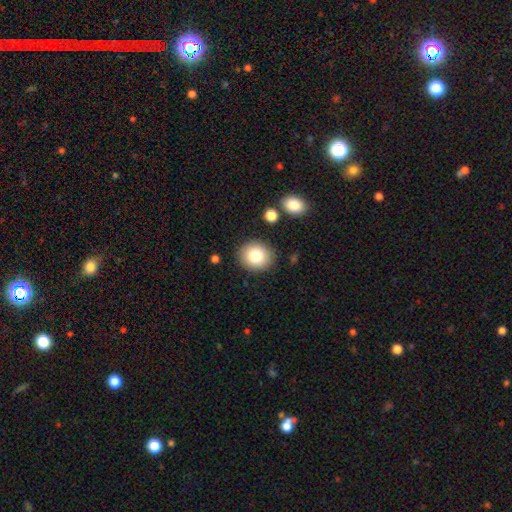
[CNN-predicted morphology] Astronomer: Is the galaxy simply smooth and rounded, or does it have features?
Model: smooth — 80%.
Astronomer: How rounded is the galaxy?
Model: round — 76%.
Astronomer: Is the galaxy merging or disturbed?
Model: none — 87%.